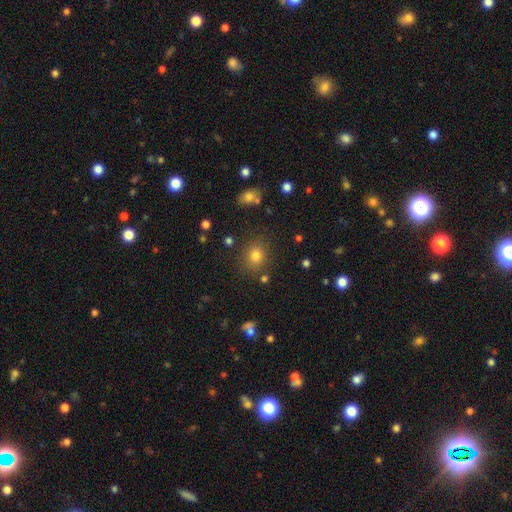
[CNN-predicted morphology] Smooth or featured? Predicted: smooth (p=0.78). How rounded? Predicted: round (p=0.70). Merging? Predicted: none (p=0.82).